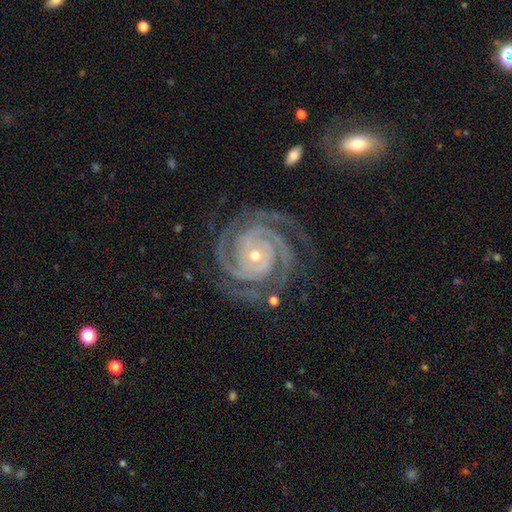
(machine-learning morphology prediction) Q: Smooth or featured?
A: featured or disk (94%); runner-up: star or artifact (4%)
Q: Edge-on disk?
A: no (98%); runner-up: yes (2%)
Q: Bar?
A: no (69%); runner-up: weak (19%)
Q: Spiral arms?
A: yes (99%); runner-up: no (1%)
Q: Spiral winding?
A: tight (82%); runner-up: medium (17%)
Q: Spiral arm count?
A: 2 (35%); runner-up: 3 (34%)
Q: Bulge size?
A: small (55%); runner-up: moderate (42%)
Q: Merging?
A: none (78%); runner-up: minor disturbance (14%)